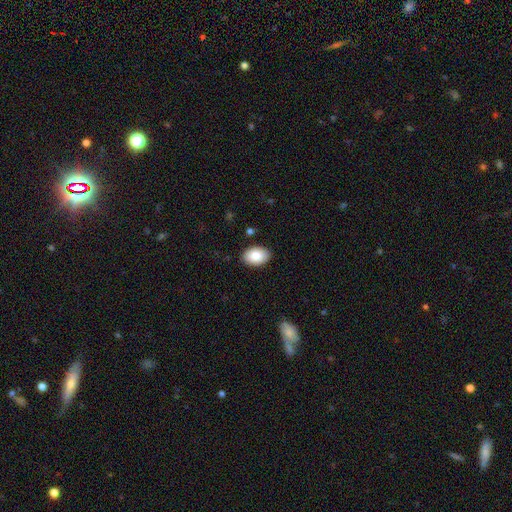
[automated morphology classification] This appears to be a smooth galaxy with no disk features (85%) that is in between round and cigar-shaped (88%). Merging: none (87%).